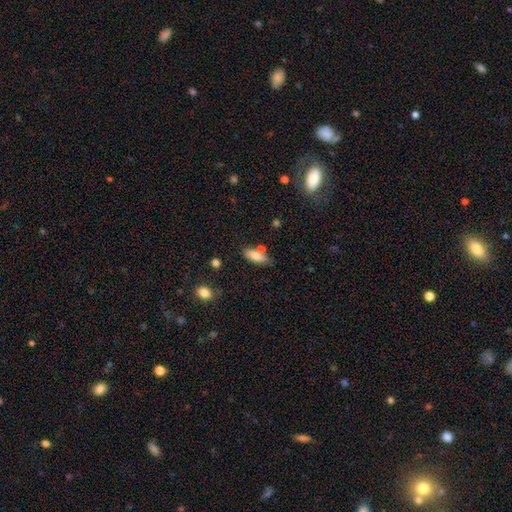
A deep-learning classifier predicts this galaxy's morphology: A smooth galaxy with no disk features (79%) that is in between round and cigar-shaped (65%). Merging: none (64%).